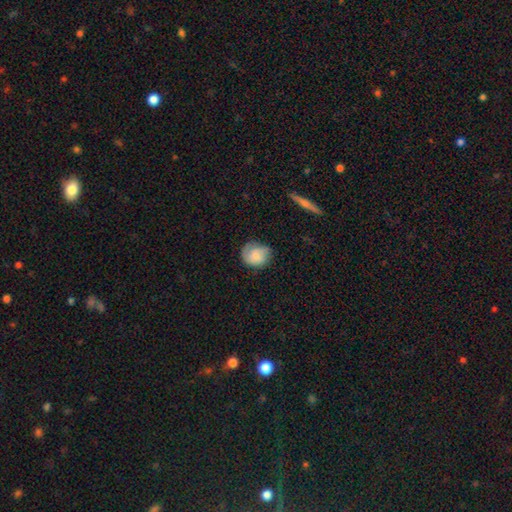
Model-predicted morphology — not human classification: Overall: smooth (73%). How rounded: round (75%). Merging: none (64%; minor disturbance 27%).